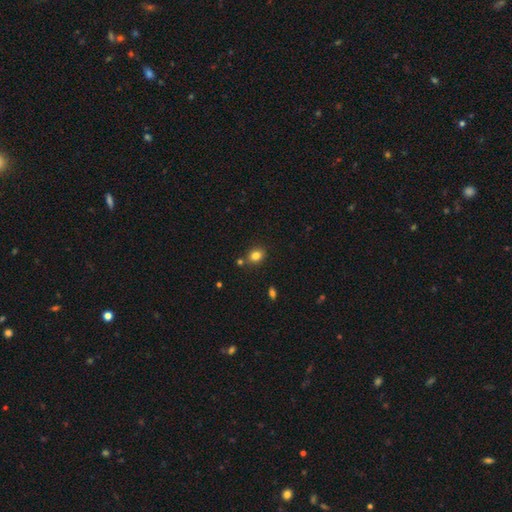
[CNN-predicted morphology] type=smooth (82%); roundness=in between (52%); merging=none (76%).